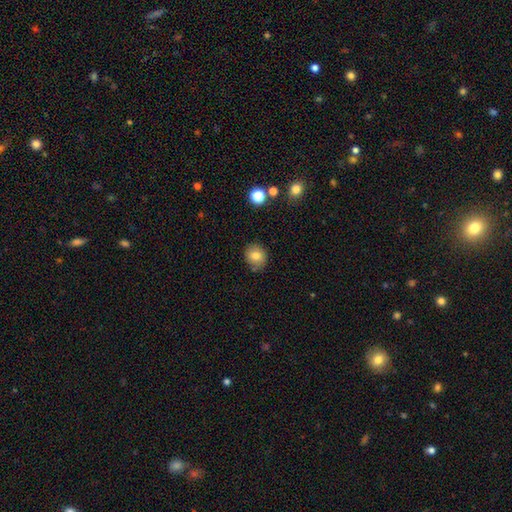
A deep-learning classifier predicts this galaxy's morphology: This appears to be a smooth galaxy with no disk features (79%) that is round (81%). Merging: none (80%).